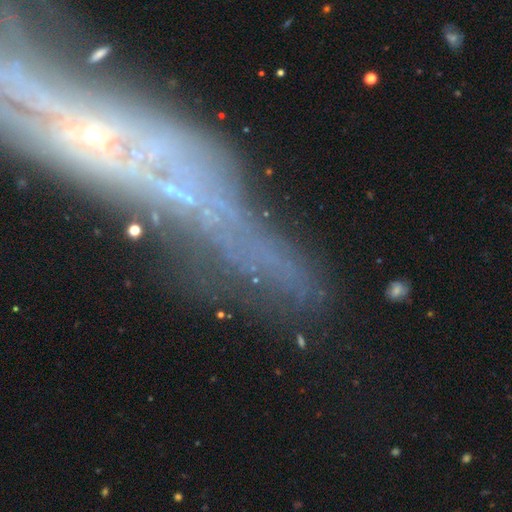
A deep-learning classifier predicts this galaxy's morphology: featured or disk 49%, star or artifact 29%, smooth 21%. Down the decision tree: merging — none (58%).